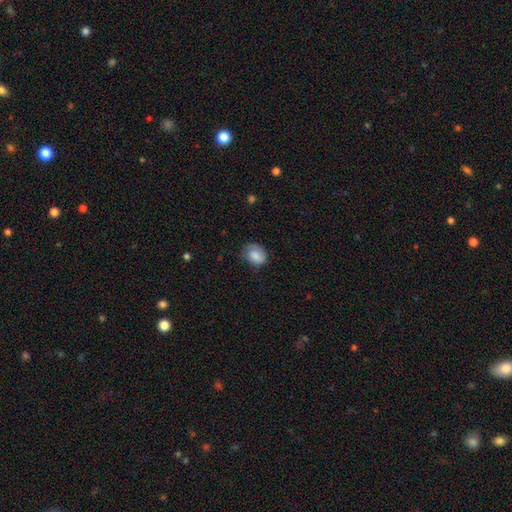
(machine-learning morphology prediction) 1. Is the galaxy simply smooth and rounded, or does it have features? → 71% smooth, 22% featured or disk, 7% star or artifact.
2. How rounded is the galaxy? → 56% in between, 43% round, 1% cigar-shaped.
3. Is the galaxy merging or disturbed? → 56% none, 30% minor disturbance, 13% major disturbance, 1% merger.